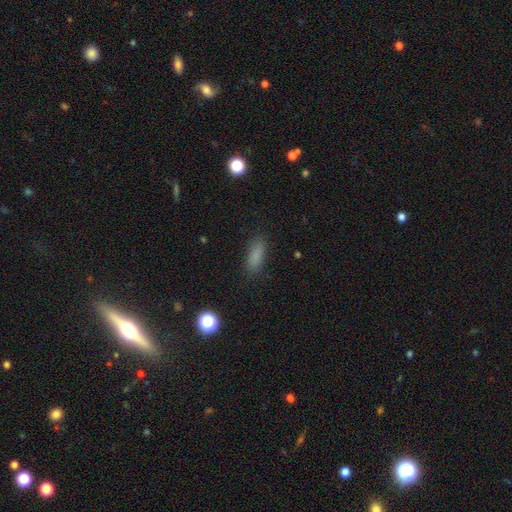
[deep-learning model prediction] Q: Smooth or featured?
A: smooth (83%); runner-up: star or artifact (11%)
Q: How rounded?
A: in between (59%); runner-up: cigar-shaped (37%)
Q: Merging?
A: none (86%); runner-up: minor disturbance (10%)